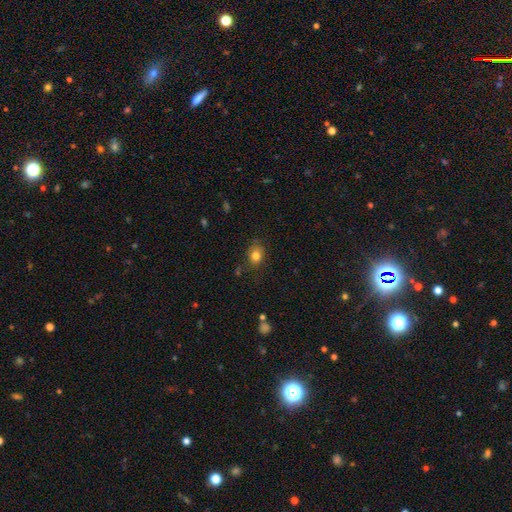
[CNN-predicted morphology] Smooth or featured? smooth (81%)
How rounded? in between (52%)
Merging? none (77%)